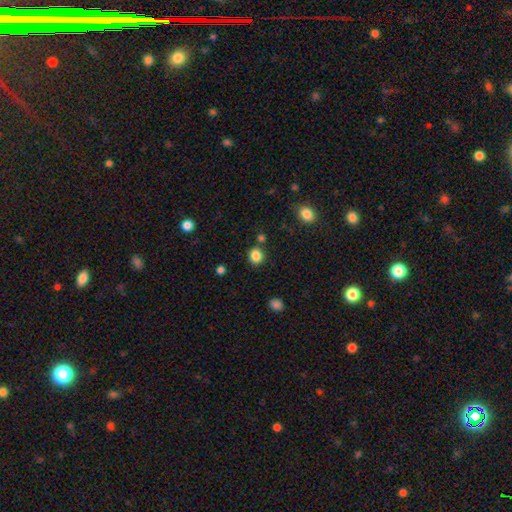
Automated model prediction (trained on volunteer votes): A smooth galaxy with no disk features (85%) that is round (72%).

Vote fractions:
- Smooth or featured? smooth: 85% / star or artifact: 11% / featured or disk: 4%
- How rounded? round: 72% / in between: 27% / cigar-shaped: 1%
- Merging? none: 81% / minor disturbance: 10% / merger: 7% / major disturbance: 3%